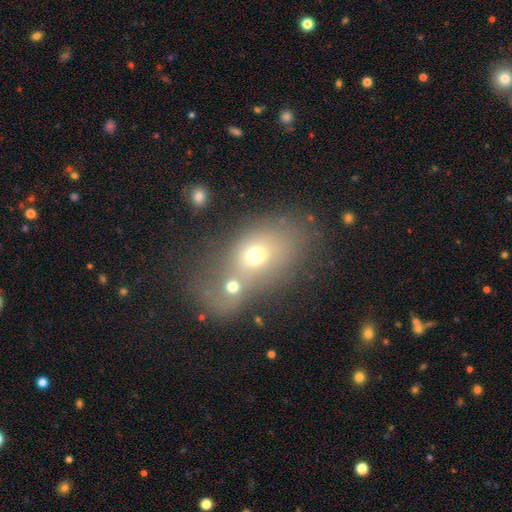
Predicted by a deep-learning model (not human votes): A smooth galaxy with no disk features (64%) that is in between round and cigar-shaped (60%).

Vote fractions:
- Smooth or featured? smooth: 64% / featured or disk: 22% / star or artifact: 15%
- How rounded? in between: 60% / round: 38% / cigar-shaped: 1%
- Merging? merger: 61% / none: 23% / major disturbance: 8% / minor disturbance: 8%